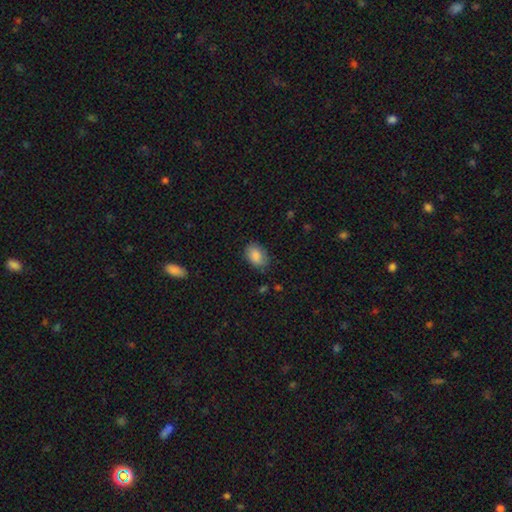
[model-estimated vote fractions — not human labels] This is clearly a smooth galaxy (86%). How rounded: clearly in between (82%). Merging: likely none (78%).